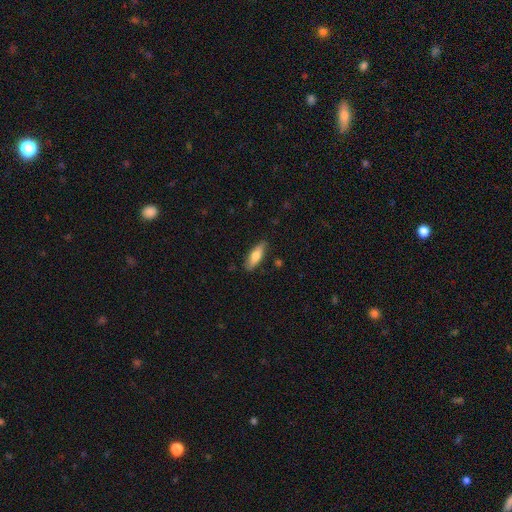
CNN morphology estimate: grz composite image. It shows a smooth galaxy with no disk features (68%) that is in between round and cigar-shaped (51%). Merging: none (84%).